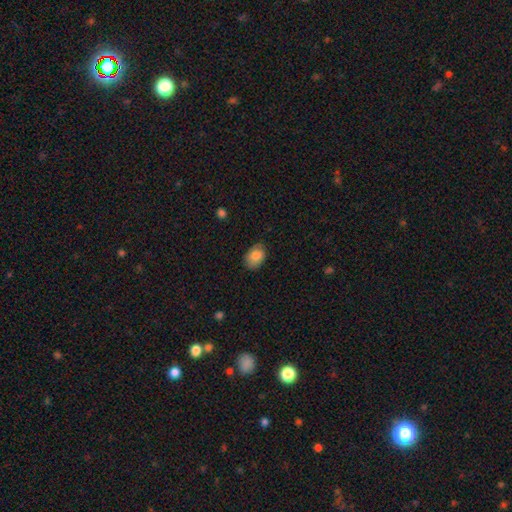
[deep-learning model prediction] Smooth or featured? smooth (83%)
How rounded? in between (79%)
Merging? none (73%)